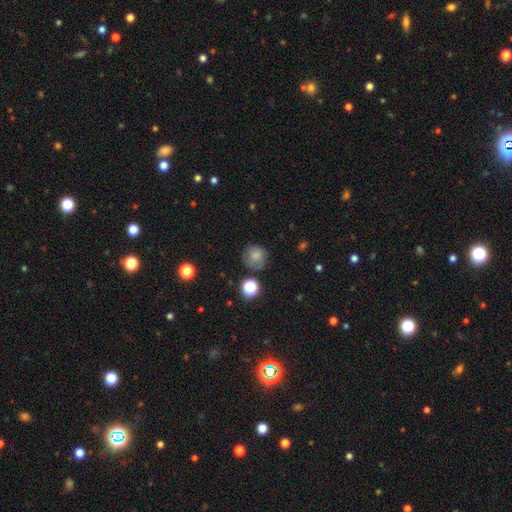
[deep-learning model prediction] smooth-or-featured: smooth: 75% | star or artifact: 13% | featured or disk: 12%
  how-rounded: round: 88% | in between: 11% | cigar-shaped: 1%
  merging: none: 73% | minor disturbance: 18% | major disturbance: 6% | merger: 4%